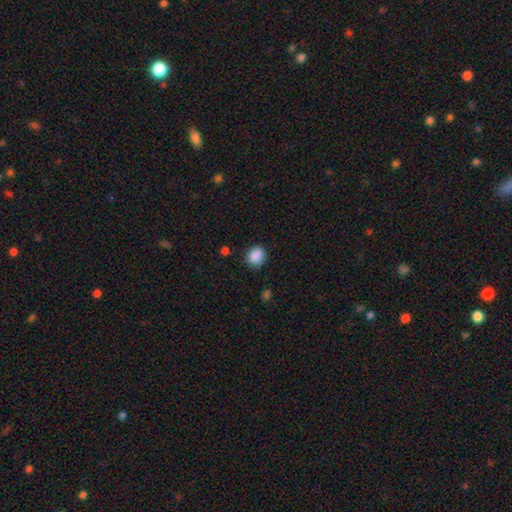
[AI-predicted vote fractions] A smooth galaxy with no disk features (88%) that is round (60%). Merging: none (82%).